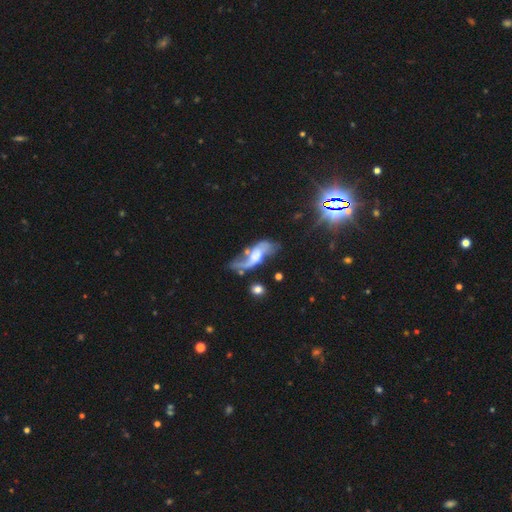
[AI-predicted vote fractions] A featured or disk galaxy (73%) with no bar (51%), 2 (75%) loose (73%) spiral arms (82%) and a moderate central bulge (31%). Merging: major disturbance (32%, tied with none).